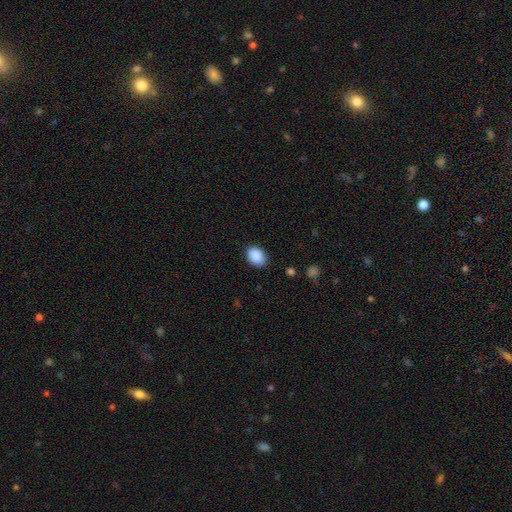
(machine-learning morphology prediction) type=smooth (90%); roundness=in between (74%); merging=none (82%).